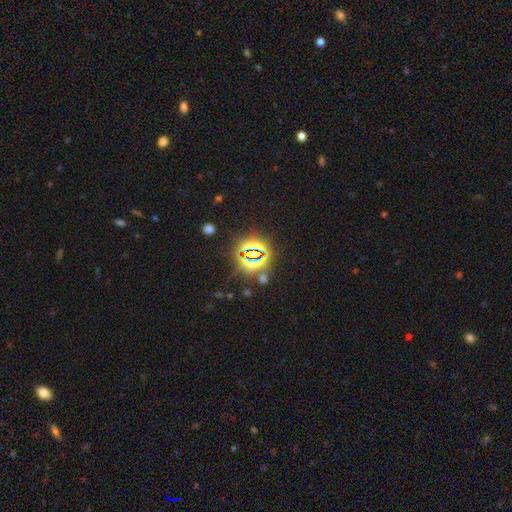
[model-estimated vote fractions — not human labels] star or artifact 76%, smooth 16%, featured or disk 8%.